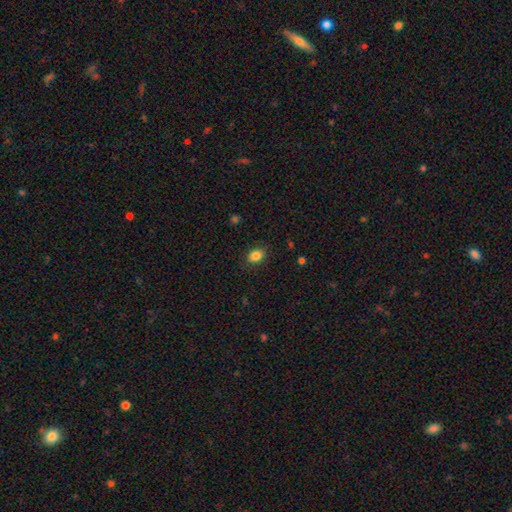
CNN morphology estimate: smooth 85%, star or artifact 10%, featured or disk 5%. Down the decision tree: how rounded — in between (67%); merging — none (85%).